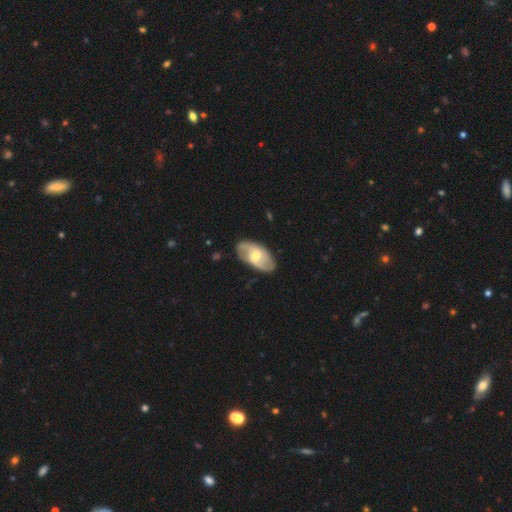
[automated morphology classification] smooth_or_featured: featured or disk (p=0.71) [alt: smooth p=0.25]
disk_edge_on: no (p=0.94) [alt: yes p=0.06]
bar: weak (p=0.48) [alt: no p=0.39]
has_spiral_arms: yes (p=0.86) [alt: no p=0.14]
spiral_winding: medium (p=0.44) [alt: loose p=0.29]
spiral_arm_count: 2 (p=0.77) [alt: can't tell p=0.13]
bulge_size: moderate (p=0.64) [alt: small p=0.29]
merging: none (p=0.82) [alt: minor disturbance p=0.14]